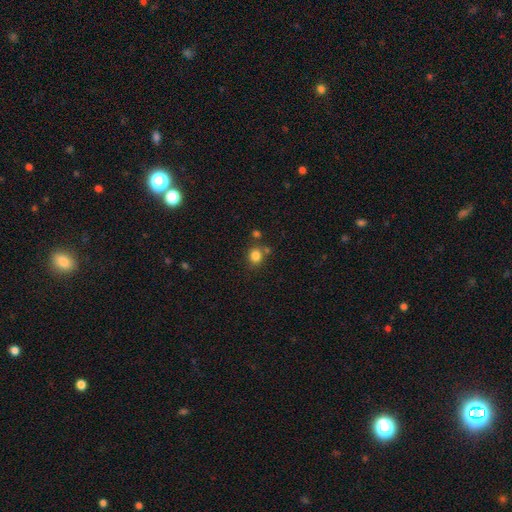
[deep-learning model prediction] Q: Smooth or featured?
A: smooth (82%); runner-up: star or artifact (12%)
Q: How rounded?
A: round (76%); runner-up: in between (23%)
Q: Merging?
A: none (71%); runner-up: merger (13%)